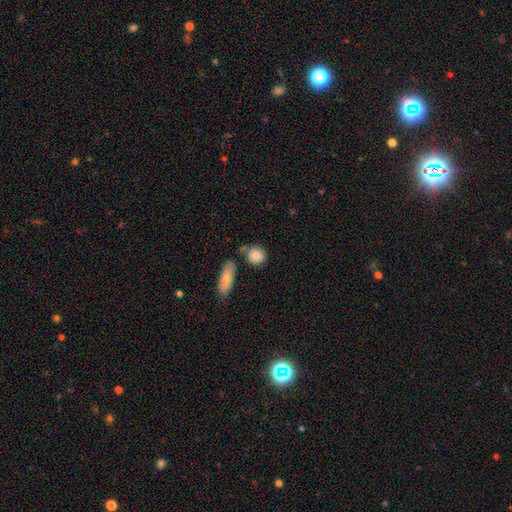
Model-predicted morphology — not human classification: The model was most divided on "merging": none: 64%, merger: 16%, minor disturbance: 15%, major disturbance: 5%. More confident: smooth or featured — smooth (87%); how rounded — round (73%).